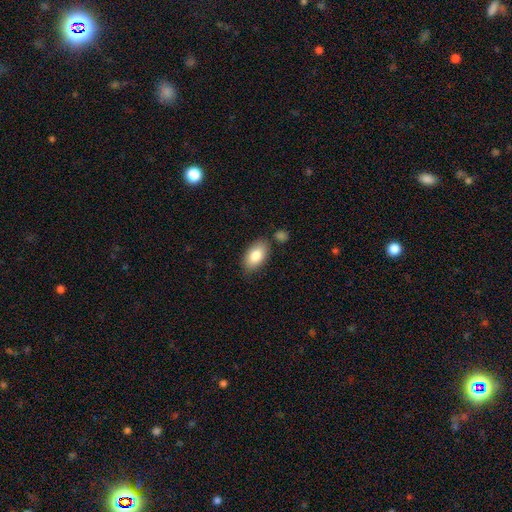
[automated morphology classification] A smooth galaxy with no disk features (82%) that is in between round and cigar-shaped (93%). Merging: none (79%).